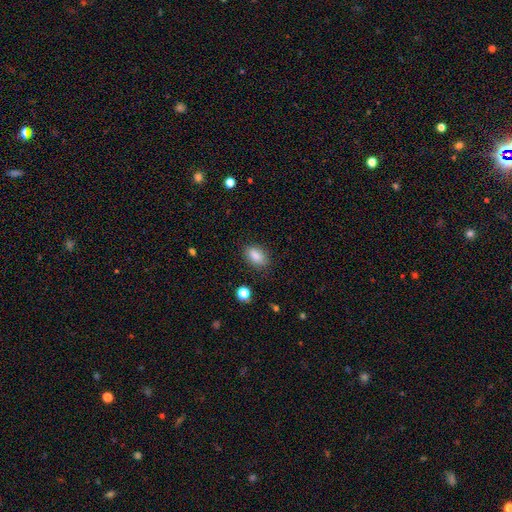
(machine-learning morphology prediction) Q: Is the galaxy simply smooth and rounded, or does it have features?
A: smooth — 86%.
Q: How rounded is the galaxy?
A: in between — 87%.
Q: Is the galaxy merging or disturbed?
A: none — 83%.